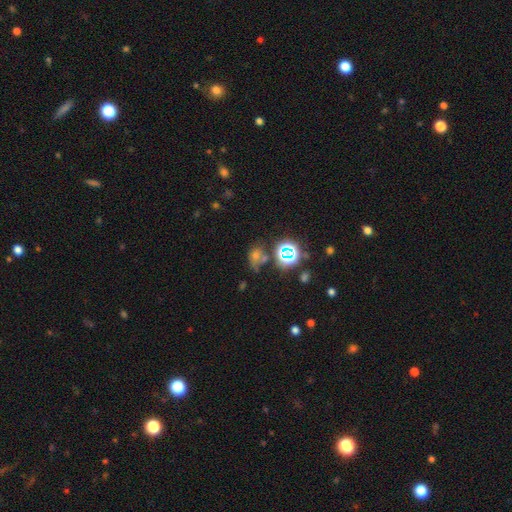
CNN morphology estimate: The model was most divided on "smooth or featured": star or artifact: 53%, smooth: 34%, featured or disk: 13%.